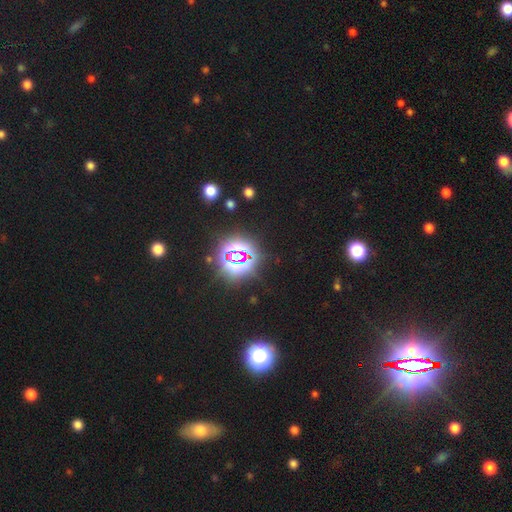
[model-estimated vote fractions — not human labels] smooth_or_featured: star or artifact (p=0.80) [alt: smooth p=0.14]